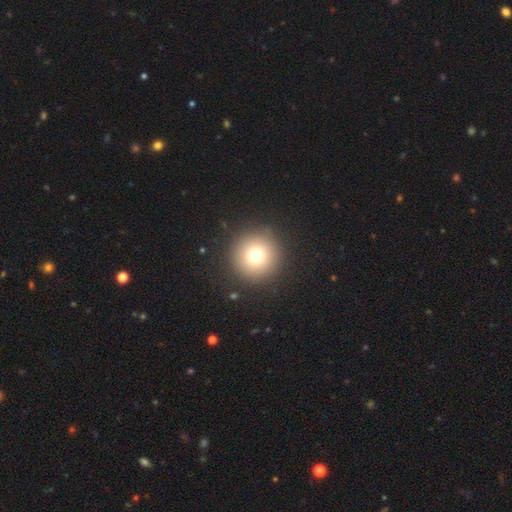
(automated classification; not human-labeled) Smooth or featured?
  - smooth: 75% *
  - star or artifact: 15%
  - featured or disk: 11%
How rounded?
  - round: 96% *
  - in between: 3%
  - cigar-shaped: 1%
Merging?
  - none: 91% *
  - minor disturbance: 5%
  - major disturbance: 3%
  - merger: 1%